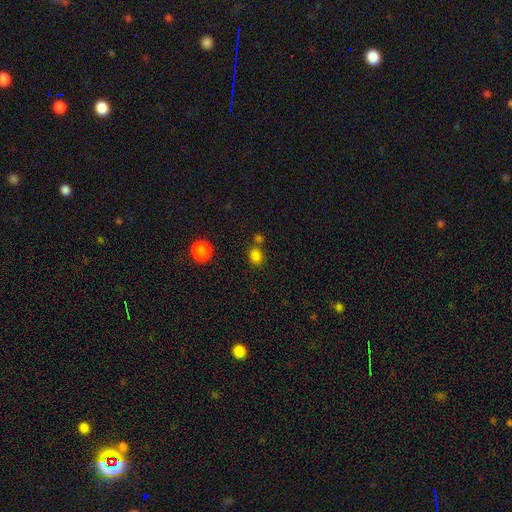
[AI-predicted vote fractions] smooth_or_featured: smooth (p=0.81) [alt: star or artifact p=0.14]
how_rounded: round (p=0.63) [alt: in between p=0.36]
merging: none (p=0.70) [alt: merger p=0.16]